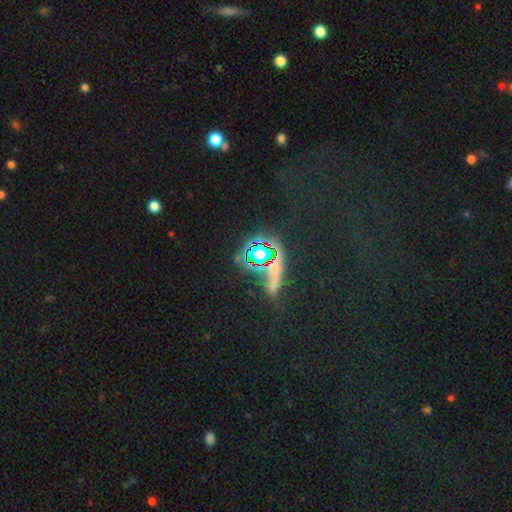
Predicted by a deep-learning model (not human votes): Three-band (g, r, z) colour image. It shows a star or artifact, not a galaxy (68%).